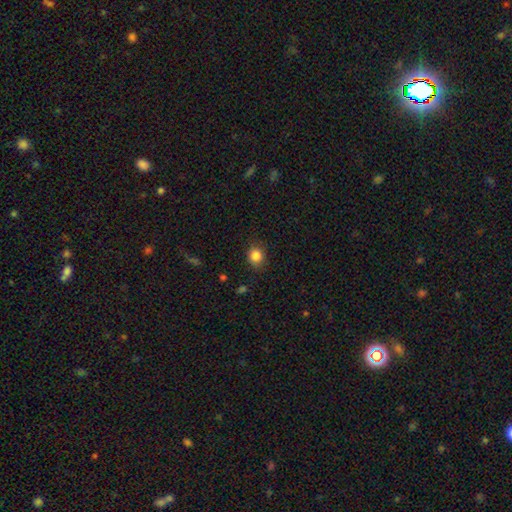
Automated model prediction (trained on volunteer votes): smooth 85%, star or artifact 11%, featured or disk 4%. Down the decision tree: how rounded — round (73%); merging — none (84%).